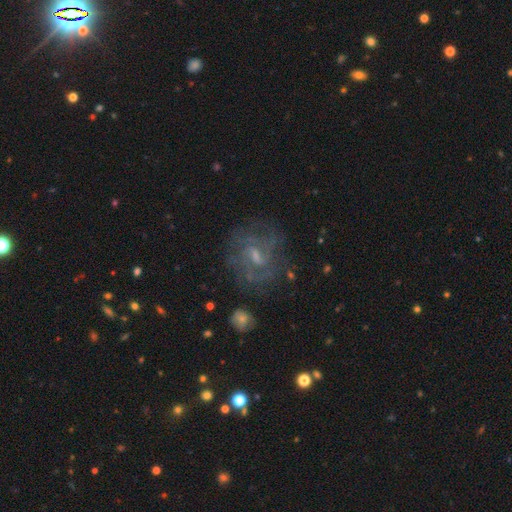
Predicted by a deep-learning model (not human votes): Morphology: type=featured or disk (68%); edge-on=no (96%); bar=weak (56%); spiral arms=yes (83%); winding=tight (43%); arm count=can't tell (44%); bulge=small (46%); merging=none (73%).